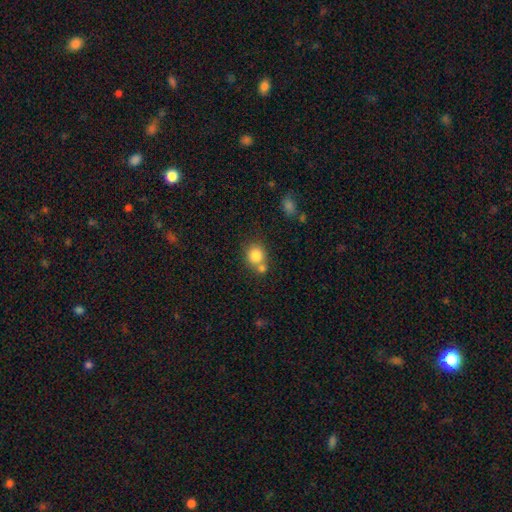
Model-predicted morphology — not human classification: Smooth or featured? Predicted: smooth (p=0.82). How rounded? Predicted: round (p=0.79). Merging? Predicted: none (p=0.52).